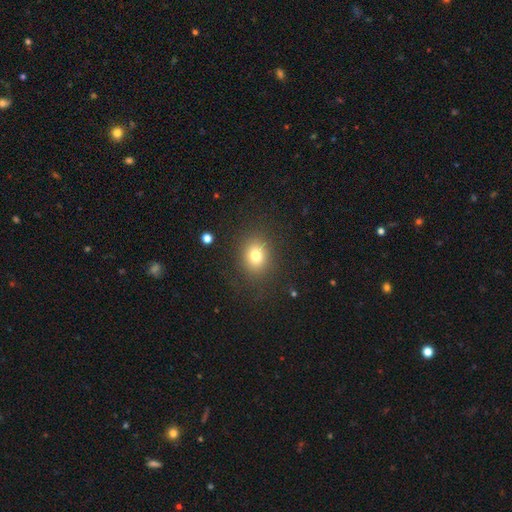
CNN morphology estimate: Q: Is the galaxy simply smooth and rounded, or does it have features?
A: smooth — 76%.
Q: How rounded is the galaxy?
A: round — 65%.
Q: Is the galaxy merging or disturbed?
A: none — 85%.